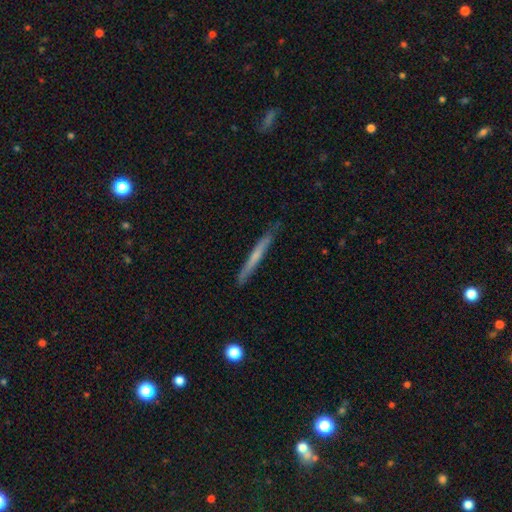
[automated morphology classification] A smooth galaxy with no disk features (50%). Merging: none (85%).